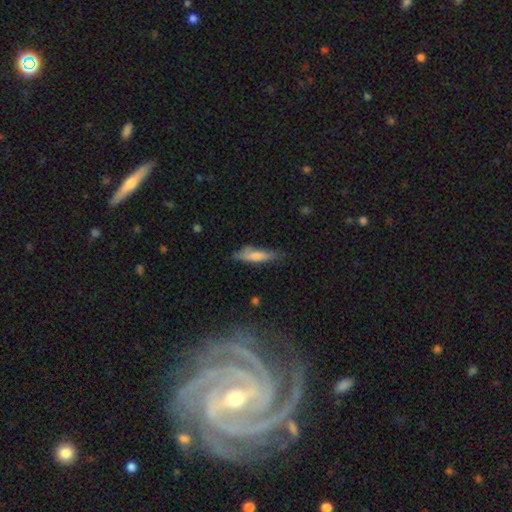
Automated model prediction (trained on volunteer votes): Smooth or featured?
  - smooth: 75% *
  - featured or disk: 19%
  - star or artifact: 6%
How rounded?
  - cigar-shaped: 71% *
  - in between: 27%
  - round: 2%
Merging?
  - none: 64% *
  - minor disturbance: 26%
  - major disturbance: 7%
  - merger: 4%